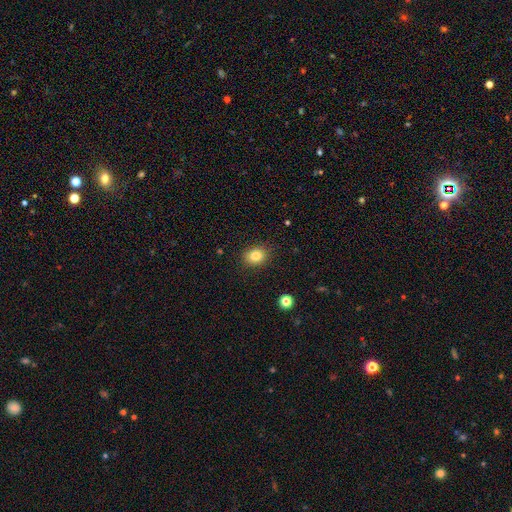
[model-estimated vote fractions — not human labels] Q: Smooth or featured?
A: smooth (83%); runner-up: star or artifact (10%)
Q: How rounded?
A: round (55%); runner-up: in between (44%)
Q: Merging?
A: none (87%); runner-up: minor disturbance (9%)